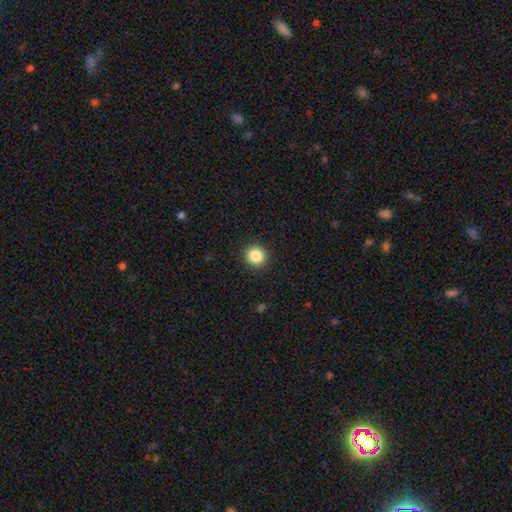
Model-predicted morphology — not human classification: Smooth or featured: smooth — 85% (star or artifact — 10%)
How rounded: round — 91% (in between — 8%)
Merging: none — 92% (minor disturbance — 5%)